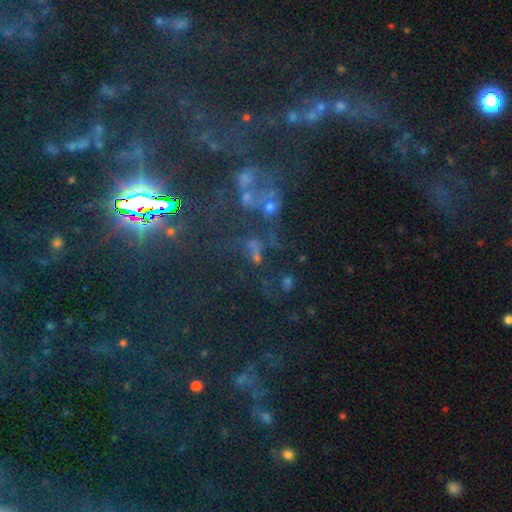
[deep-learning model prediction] This appears to be a star or artifact, not a galaxy (51%).